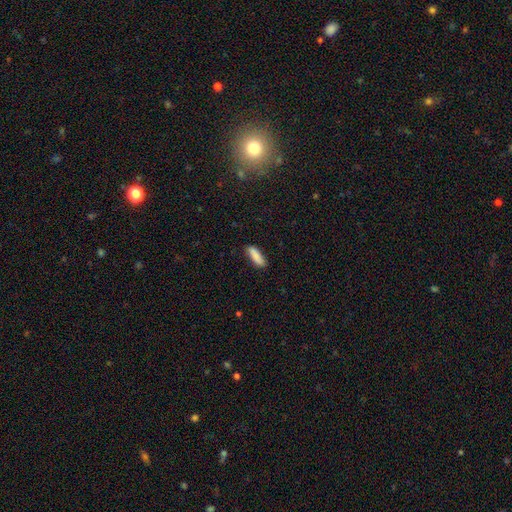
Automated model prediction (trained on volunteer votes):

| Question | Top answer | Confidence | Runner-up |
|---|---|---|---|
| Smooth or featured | smooth | 87% | star or artifact (7%) |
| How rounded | cigar-shaped | 53% | in between (46%) |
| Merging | none | 83% | minor disturbance (13%) |